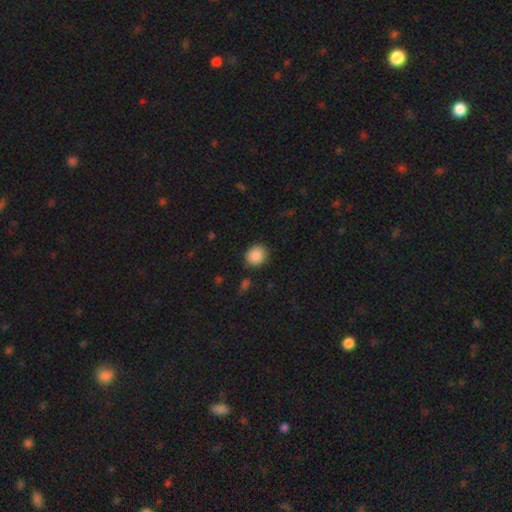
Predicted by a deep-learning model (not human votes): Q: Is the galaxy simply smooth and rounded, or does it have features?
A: smooth — 89%.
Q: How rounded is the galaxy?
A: round — 74%.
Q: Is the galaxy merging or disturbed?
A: none — 85%.